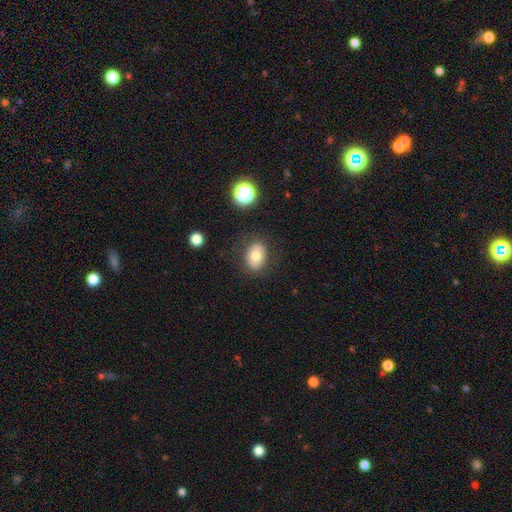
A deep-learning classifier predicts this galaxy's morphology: smooth-or-featured: smooth: 75% | featured or disk: 15% | star or artifact: 9%
  how-rounded: in between: 71% | round: 28% | cigar-shaped: 1%
  merging: none: 82% | minor disturbance: 12% | major disturbance: 4% | merger: 2%